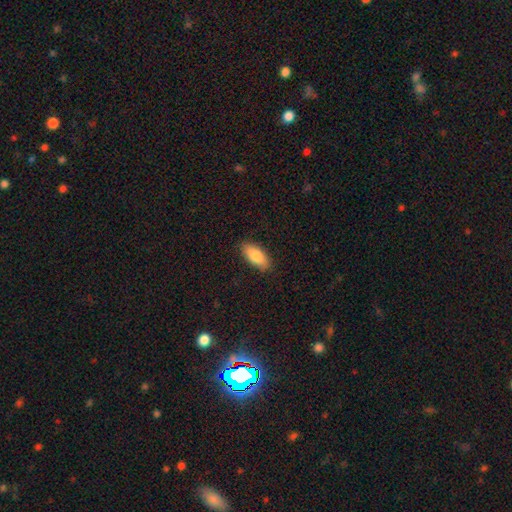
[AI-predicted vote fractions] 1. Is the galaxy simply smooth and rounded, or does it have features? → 85% smooth, 9% featured or disk, 6% star or artifact.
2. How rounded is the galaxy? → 83% in between, 15% cigar-shaped, 2% round.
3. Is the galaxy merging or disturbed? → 88% none, 9% minor disturbance, 2% major disturbance, 1% merger.